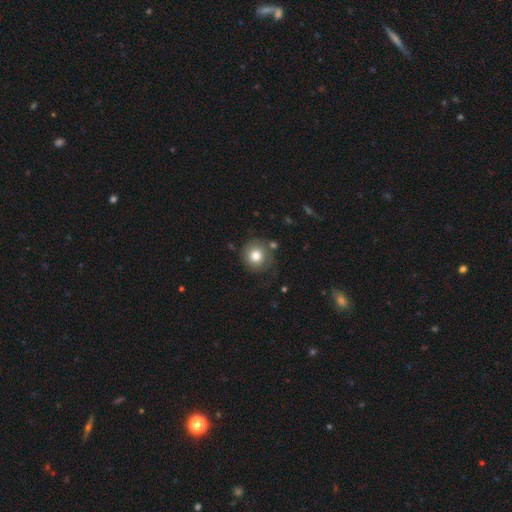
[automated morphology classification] smooth_or_featured: smooth (p=0.77) [alt: featured or disk p=0.14]
how_rounded: round (p=0.91) [alt: in between p=0.08]
merging: none (p=0.75) [alt: minor disturbance p=0.15]